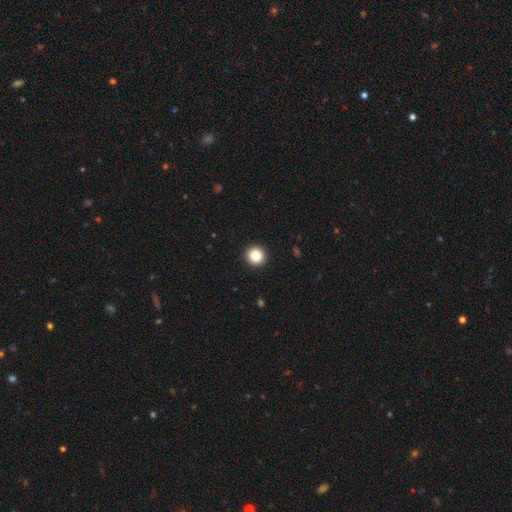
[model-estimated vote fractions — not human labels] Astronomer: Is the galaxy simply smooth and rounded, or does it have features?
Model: smooth — 85%.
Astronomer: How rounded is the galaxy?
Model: round — 96%.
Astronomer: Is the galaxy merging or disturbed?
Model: none — 94%.